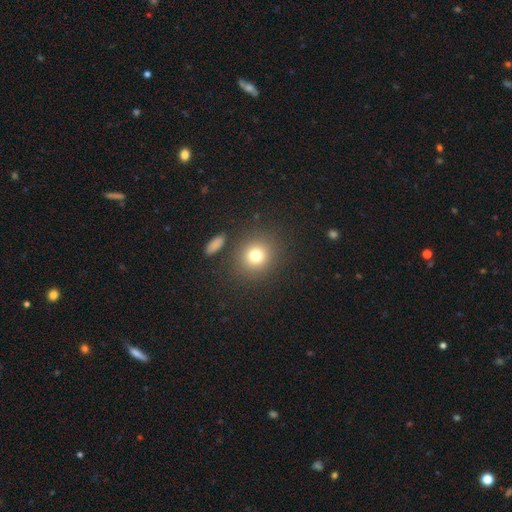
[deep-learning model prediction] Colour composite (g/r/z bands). It shows a smooth galaxy with no disk features (77%) that is round (83%). Merging: none (85%).